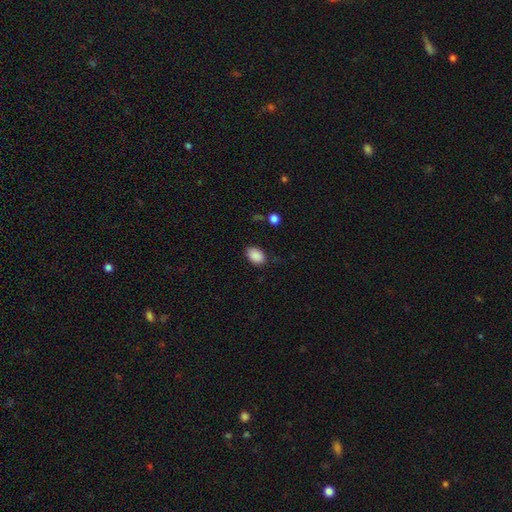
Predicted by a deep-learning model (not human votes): Smooth or featured?
  - smooth: 89% *
  - star or artifact: 8%
  - featured or disk: 3%
How rounded?
  - in between: 87% *
  - round: 12%
  - cigar-shaped: 1%
Merging?
  - none: 82% *
  - minor disturbance: 14%
  - major disturbance: 3%
  - merger: 1%